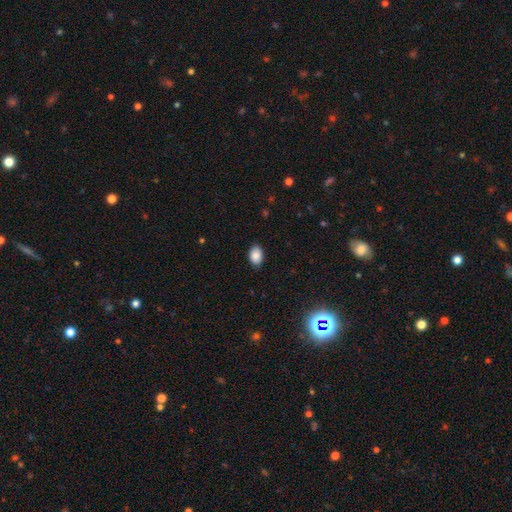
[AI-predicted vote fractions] Smooth or featured? smooth (87%)
How rounded? in between (85%)
Merging? none (87%)